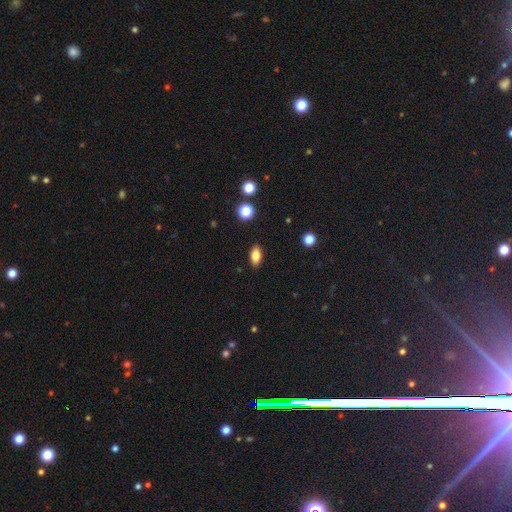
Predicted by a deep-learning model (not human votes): The model was most divided on "smooth or featured": smooth: 81%, featured or disk: 9%, star or artifact: 9%. More confident: merging — none (89%); how rounded — in between (88%).